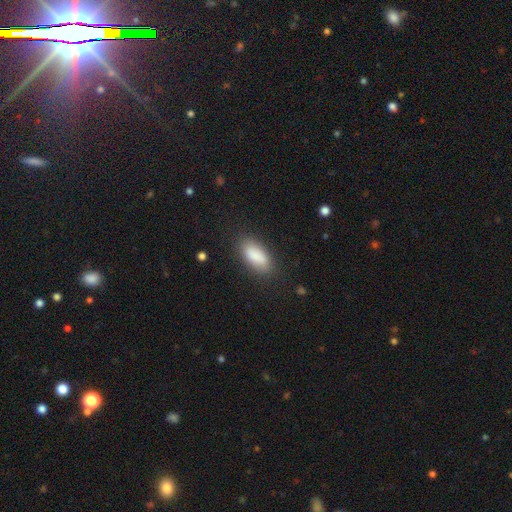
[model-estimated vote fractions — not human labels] Smooth or featured? smooth (86%)
How rounded? in between (85%)
Merging? none (81%)